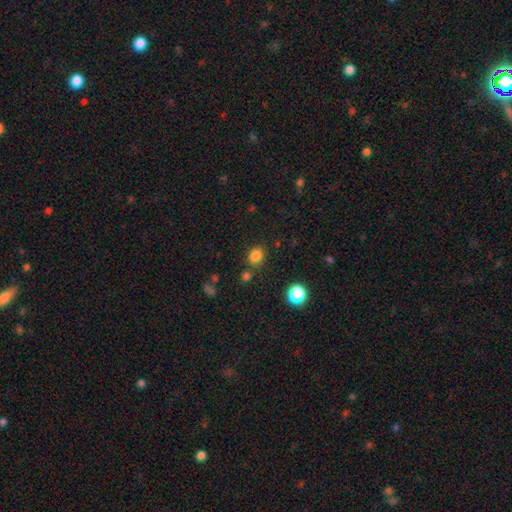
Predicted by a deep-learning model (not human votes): smooth_or_featured: smooth (p=0.82) [alt: star or artifact p=0.14]
how_rounded: round (p=0.62) [alt: in between p=0.37]
merging: none (p=0.77) [alt: minor disturbance p=0.11]